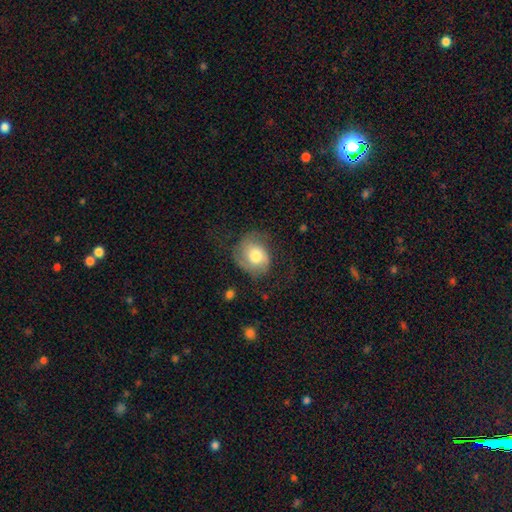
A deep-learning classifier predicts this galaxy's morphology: A featured or disk galaxy (47%).

Vote fractions:
- Smooth or featured? featured or disk: 47% / smooth: 46% / star or artifact: 7%
- Merging? none: 52% / minor disturbance: 25% / major disturbance: 22% / merger: 2%